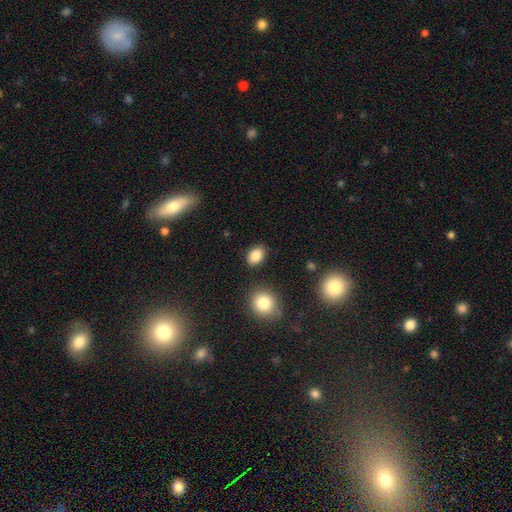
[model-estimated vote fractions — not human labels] This is clearly a smooth galaxy (86%). How rounded: clearly in between (82%). Merging: clearly none (85%).